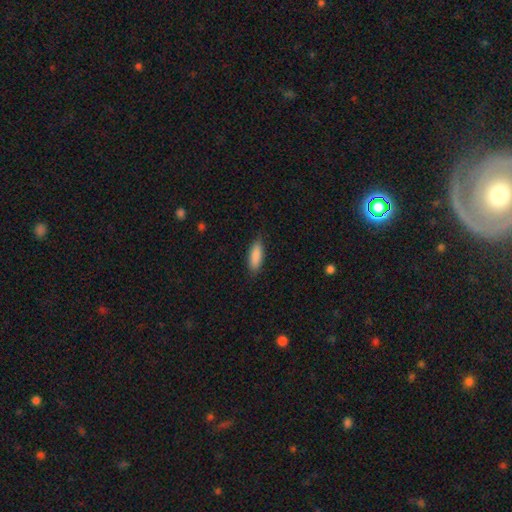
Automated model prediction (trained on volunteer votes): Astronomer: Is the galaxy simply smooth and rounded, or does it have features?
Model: smooth — 89%.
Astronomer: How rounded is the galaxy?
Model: in between — 68%.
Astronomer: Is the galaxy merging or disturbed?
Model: none — 83%.